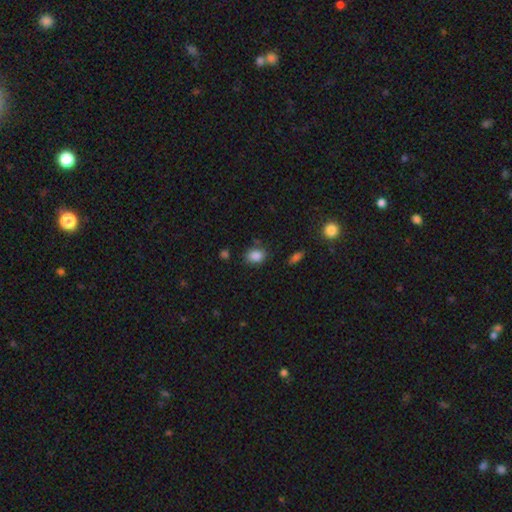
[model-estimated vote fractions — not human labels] Morphology: type=smooth (86%); roundness=in between (64%); merging=none (77%).